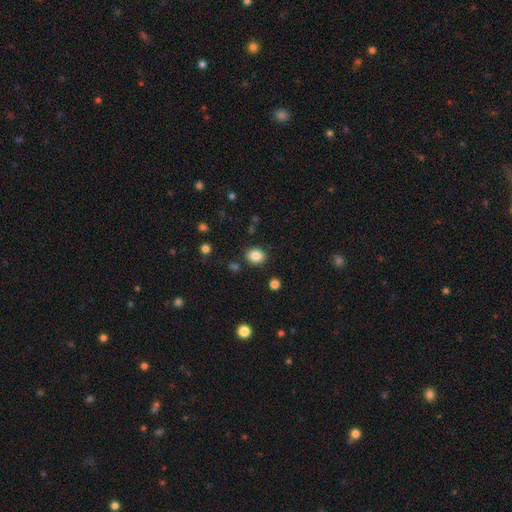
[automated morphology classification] Smooth or featured? Predicted: smooth (p=0.85). How rounded? Predicted: round (p=0.57). Merging? Predicted: none (p=0.87).